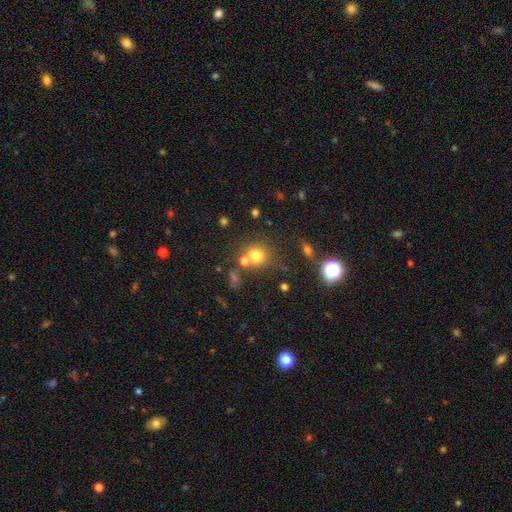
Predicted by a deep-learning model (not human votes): A smooth galaxy with no disk features (74%) that is round (87%).

Vote fractions:
- Smooth or featured? smooth: 74% / star or artifact: 17% / featured or disk: 9%
- How rounded? round: 87% / in between: 12% / cigar-shaped: 1%
- Merging? none: 63% / merger: 21% / minor disturbance: 11% / major disturbance: 5%